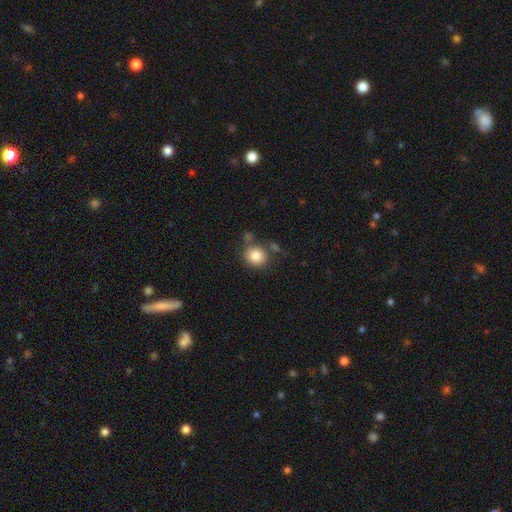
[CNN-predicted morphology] The model was most divided on "merging": none: 69%, minor disturbance: 14%, merger: 13%, major disturbance: 5%. More confident: how rounded — round (86%); smooth or featured — smooth (83%).